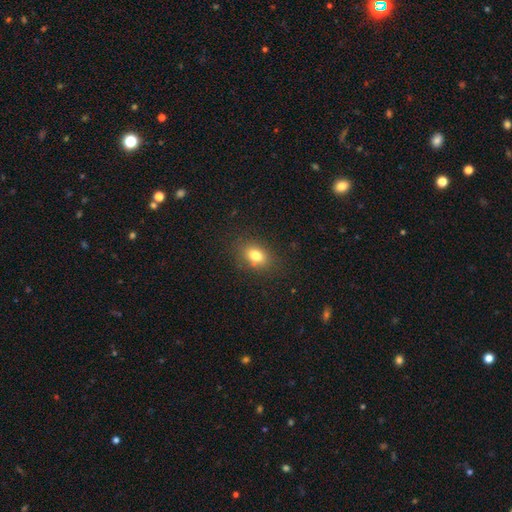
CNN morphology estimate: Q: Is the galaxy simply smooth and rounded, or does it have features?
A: smooth — 79%.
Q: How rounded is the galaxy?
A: in between — 76%.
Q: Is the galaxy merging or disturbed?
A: none — 84%.